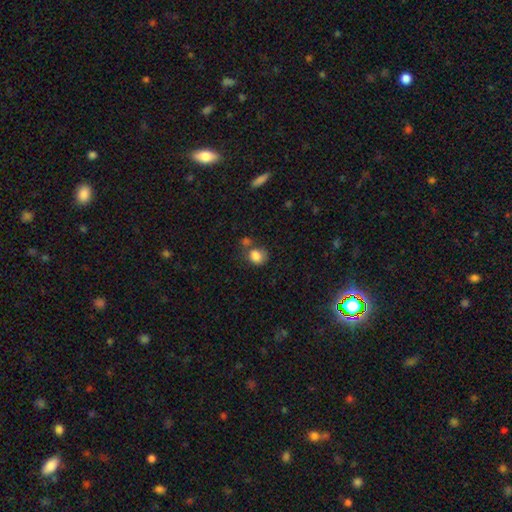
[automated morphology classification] The model was most divided on "merging": none: 53%, merger: 20%, minor disturbance: 19%, major disturbance: 8%. More confident: smooth or featured — smooth (84%); how rounded — round (68%).